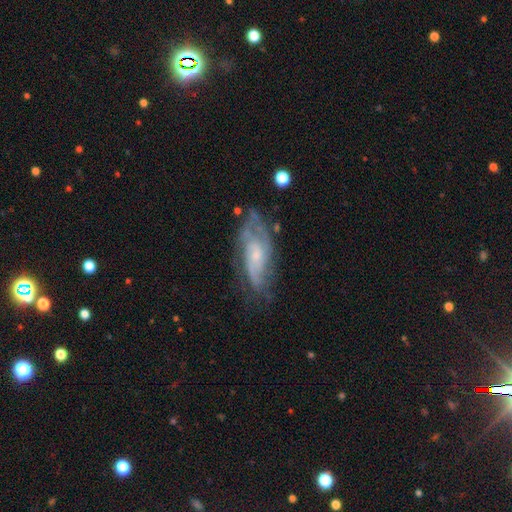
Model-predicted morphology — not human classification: Overall: featured or disk (77%). Edge-on disk: no (90%). Bar: no (65%; weak 29%). Spiral arms: yes (89%). Spiral arm count: can't tell (40%; 2 35%). Spiral winding: tight (45%; medium 41%). Bulge size: small (65%; moderate 25%). Merging: none (62%; minor disturbance 24%).